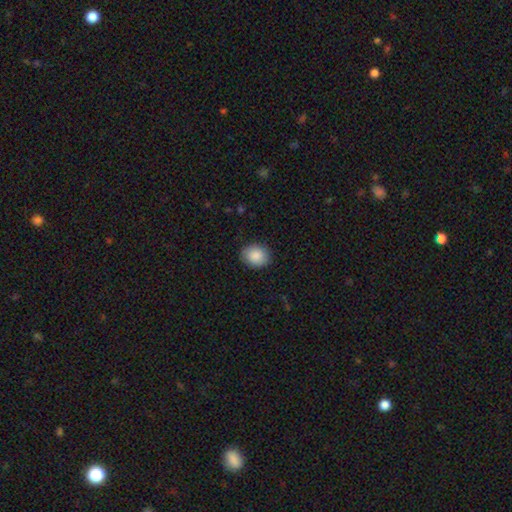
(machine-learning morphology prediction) Overall: smooth (88%). How rounded: round (61%; in between 39%). Merging: none (87%).